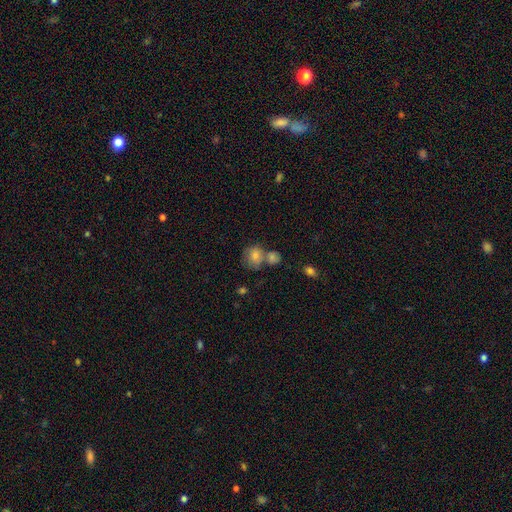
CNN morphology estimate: Smooth or featured? Predicted: smooth (p=0.78). How rounded? Predicted: round (p=0.68). Merging? Predicted: merger (p=0.40).